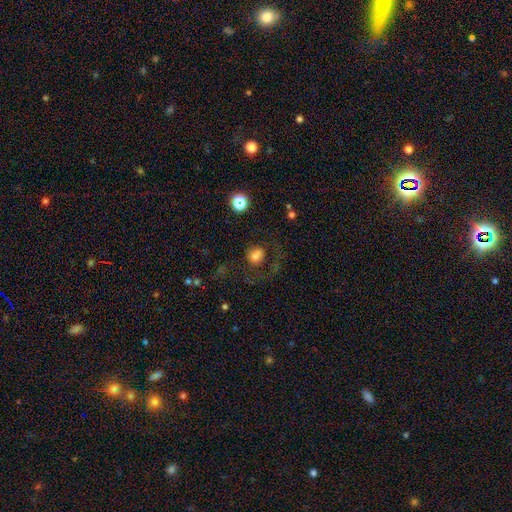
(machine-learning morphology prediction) This appears to be a smooth galaxy with no disk features (67%) that is round (73%). Merging: none (52%).